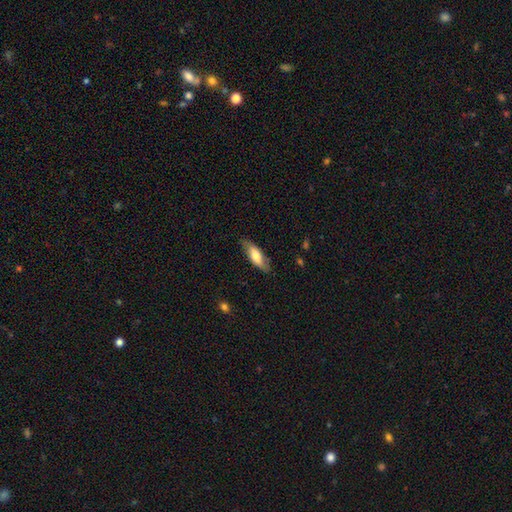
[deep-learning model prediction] smooth 67%, featured or disk 27%, star or artifact 6%. Down the decision tree: how rounded — in between (62%); merging — none (78%).